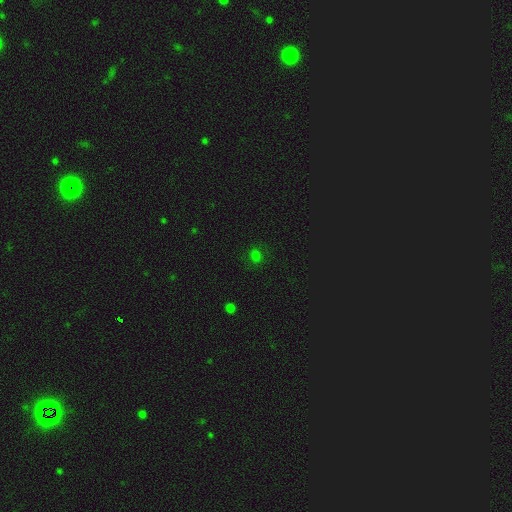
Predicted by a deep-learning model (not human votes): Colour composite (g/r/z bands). It shows a smooth galaxy with no disk features (69%) that is round (63%). Merging: none (84%).